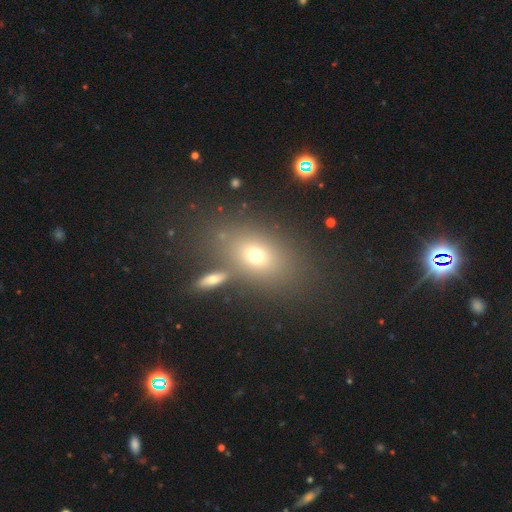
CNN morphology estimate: This appears to be a smooth galaxy with no disk features (66%) that is in between round and cigar-shaped (71%). Merging: none (72%).